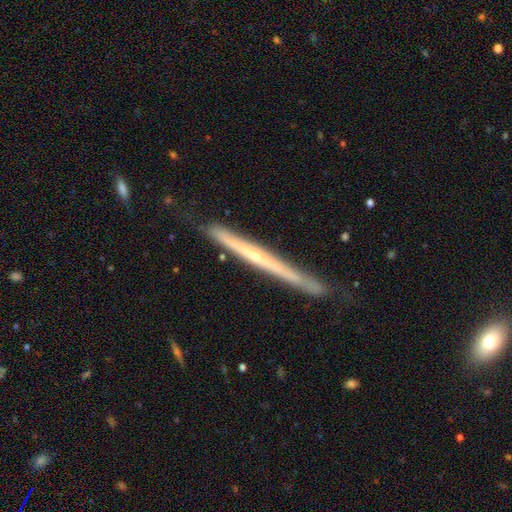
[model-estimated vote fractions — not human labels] smooth-or-featured: featured or disk: 74% | smooth: 20% | star or artifact: 6%
  disk-edge-on: yes: 96% | no: 4%
    edge-on-bulge: none: 51% | rounded: 46% | boxy: 3%
  merging: none: 78% | minor disturbance: 18% | major disturbance: 3% | merger: 2%